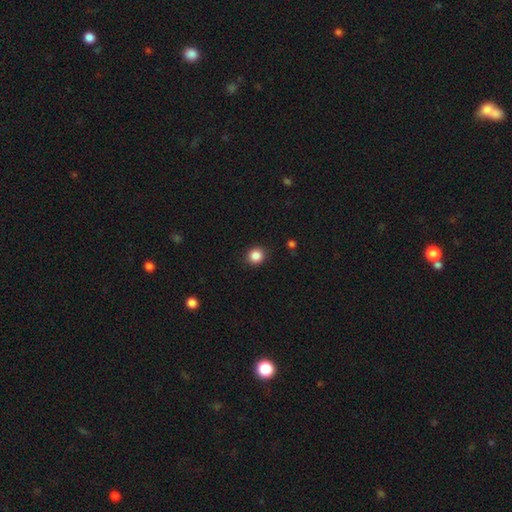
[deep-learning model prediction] smooth_or_featured: smooth (p=0.86) [alt: star or artifact p=0.11]
how_rounded: round (p=0.90) [alt: in between p=0.09]
merging: none (p=0.91) [alt: minor disturbance p=0.06]